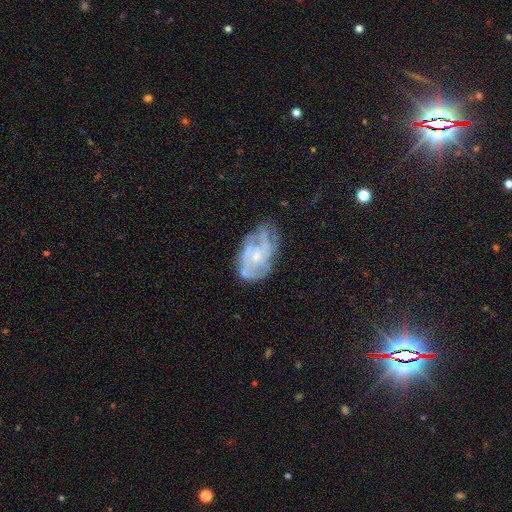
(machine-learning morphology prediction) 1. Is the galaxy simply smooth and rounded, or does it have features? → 75% featured or disk, 17% smooth, 7% star or artifact.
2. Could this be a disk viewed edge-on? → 97% no, 3% yes.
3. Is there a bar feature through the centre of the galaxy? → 74% no, 22% weak, 4% strong.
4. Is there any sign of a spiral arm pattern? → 72% yes, 28% no.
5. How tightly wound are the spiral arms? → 47% tight, 37% medium, 15% loose.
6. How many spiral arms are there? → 49% can't tell, 19% 2, 15% 3, 8% 4, 5% 1, 4% more than 4.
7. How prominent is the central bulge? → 59% small, 28% moderate, 9% none, 2% large, 1% dominant.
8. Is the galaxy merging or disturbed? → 52% none, 27% minor disturbance, 17% major disturbance, 4% merger.